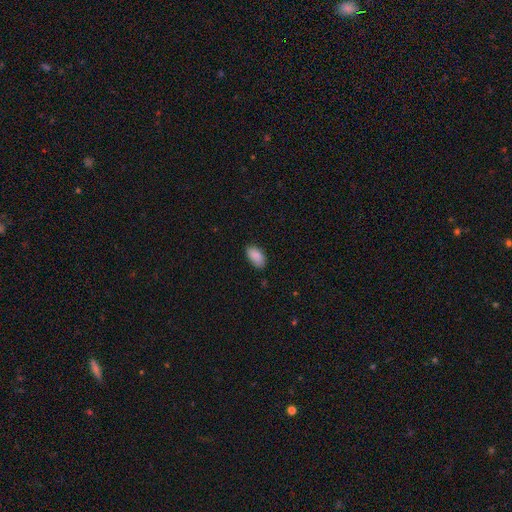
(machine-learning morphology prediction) smooth 89%, star or artifact 7%, featured or disk 4%. Down the decision tree: how rounded — in between (94%); merging — none (82%).